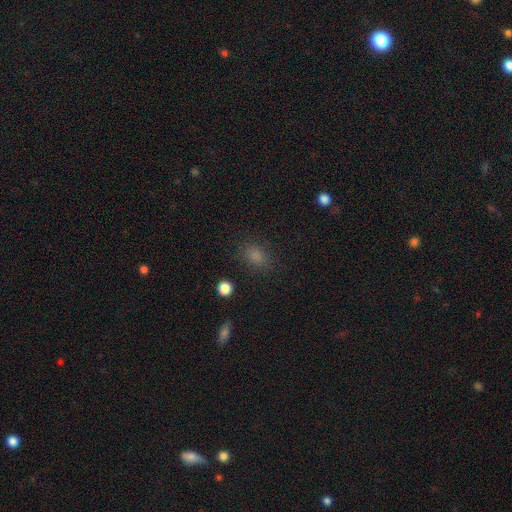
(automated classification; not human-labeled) This is likely a smooth galaxy (75%). How rounded: likely in between (63%). Merging: clearly none (82%).